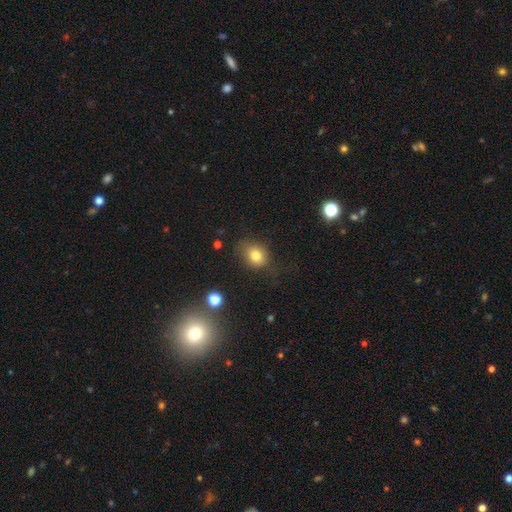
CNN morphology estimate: This appears to be a smooth galaxy with no disk features (79%) that is in between round and cigar-shaped (54%). Merging: none (66%).